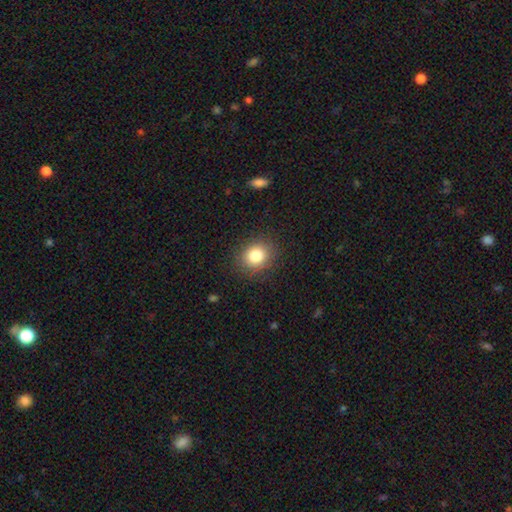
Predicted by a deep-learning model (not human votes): This is clearly a smooth galaxy (81%). How rounded: likely round (77%). Merging: clearly none (88%).